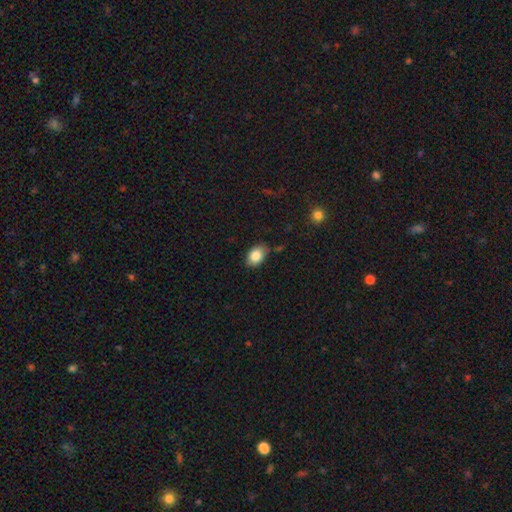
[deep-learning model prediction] Q: Smooth or featured?
A: smooth (85%); runner-up: star or artifact (8%)
Q: How rounded?
A: in between (82%); runner-up: round (17%)
Q: Merging?
A: none (78%); runner-up: minor disturbance (16%)